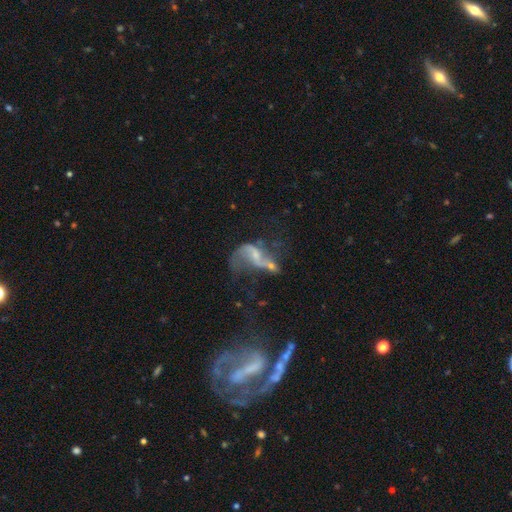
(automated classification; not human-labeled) Morphology: type=featured or disk (74%); edge-on=no (96%); bar=no (46%); spiral arms=yes (75%); winding=loose (82%); arm count=2 (76%); bulge=small (51%); merging=major disturbance (32%).